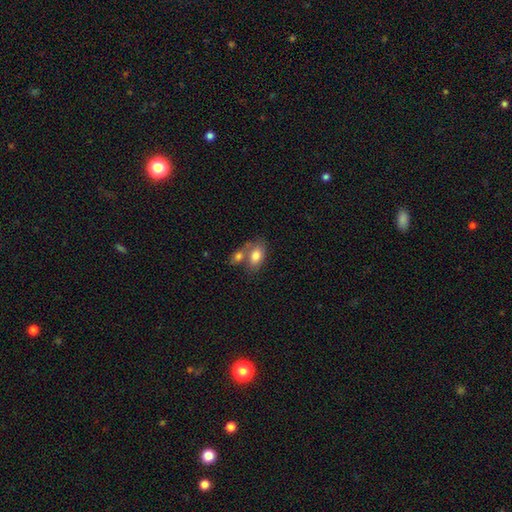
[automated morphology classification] Q: Smooth or featured?
A: smooth (80%); runner-up: featured or disk (13%)
Q: How rounded?
A: in between (89%); runner-up: round (10%)
Q: Merging?
A: merger (48%); runner-up: none (35%)